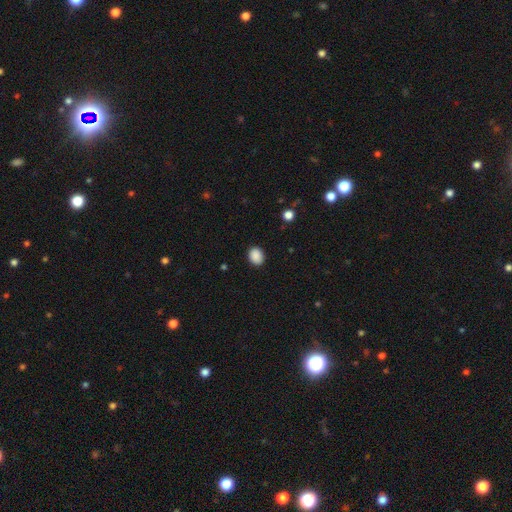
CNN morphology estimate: This appears to be a smooth galaxy with no disk features (89%) that is round (51%). Merging: none (88%).